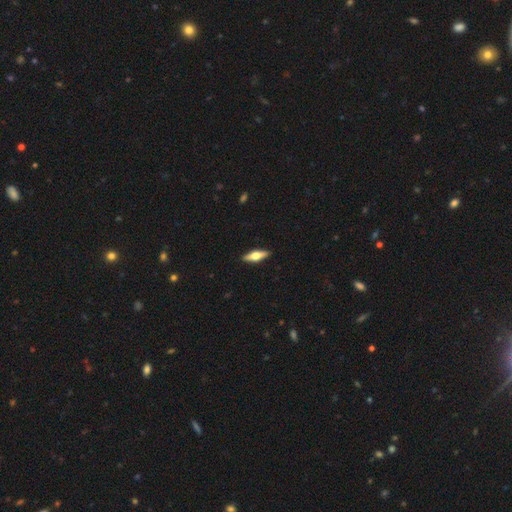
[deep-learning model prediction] smooth_or_featured: featured or disk (p=0.53) [alt: smooth p=0.41]
disk_edge_on: yes (p=0.93) [alt: no p=0.07]
merging: none (p=0.90) [alt: minor disturbance p=0.07]